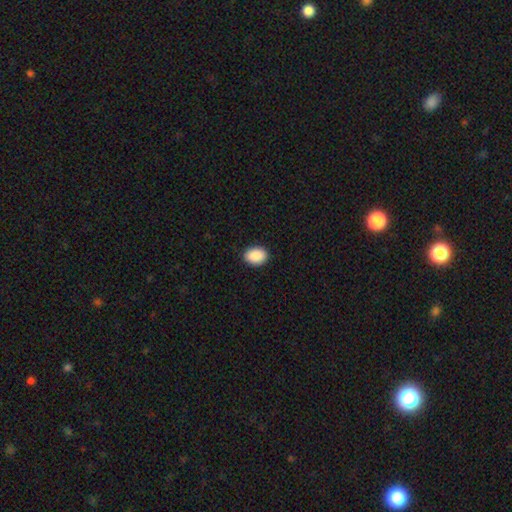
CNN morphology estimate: Smooth or featured? smooth (91%)
How rounded? in between (75%)
Merging? none (90%)